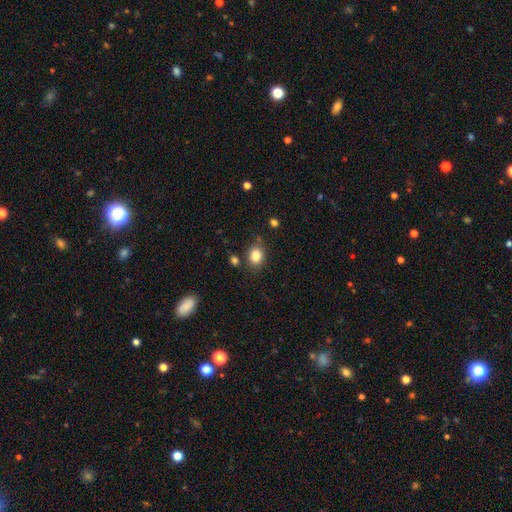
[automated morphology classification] This is clearly a smooth galaxy (85%). How rounded: possibly in between (51%). Merging: likely none (78%).